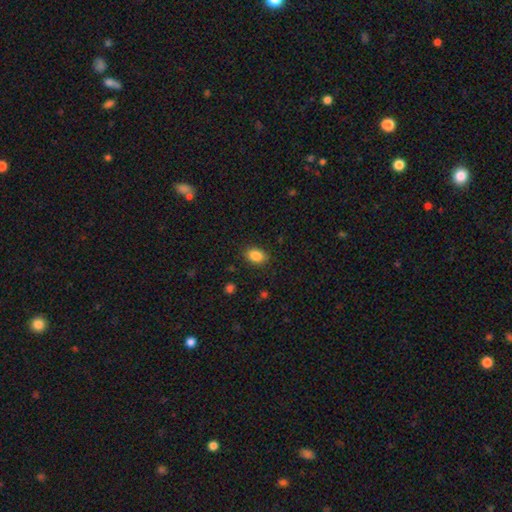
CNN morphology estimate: This appears to be a smooth galaxy with no disk features (86%) that is in between round and cigar-shaped (78%). Merging: none (85%).